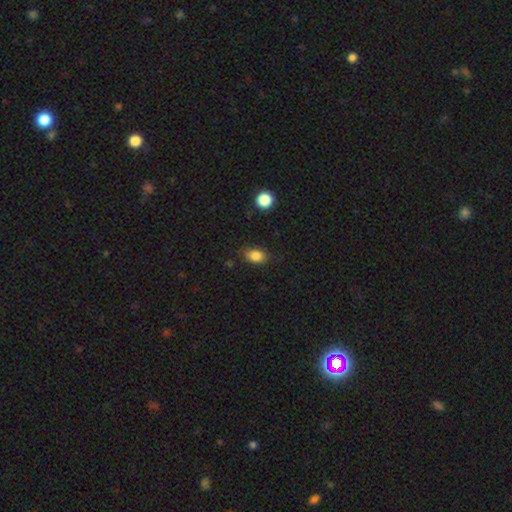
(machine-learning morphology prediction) Overall: smooth (85%). How rounded: in between (80%). Merging: none (80%).